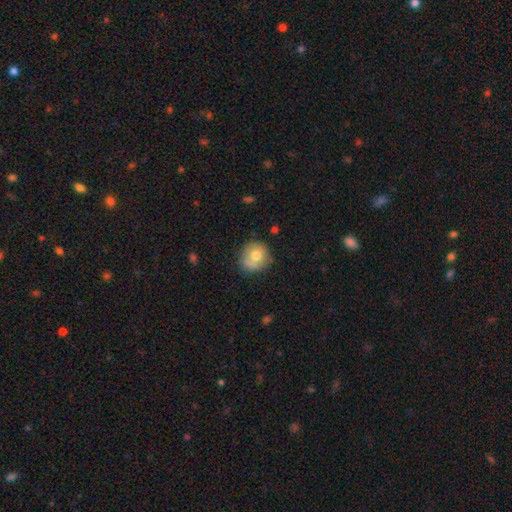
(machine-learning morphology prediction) A smooth galaxy with no disk features (73%) that is round (87%).

Vote fractions:
- Smooth or featured? smooth: 73% / featured or disk: 18% / star or artifact: 9%
- How rounded? round: 87% / in between: 12% / cigar-shaped: 1%
- Merging? none: 69% / minor disturbance: 20% / merger: 6% / major disturbance: 5%